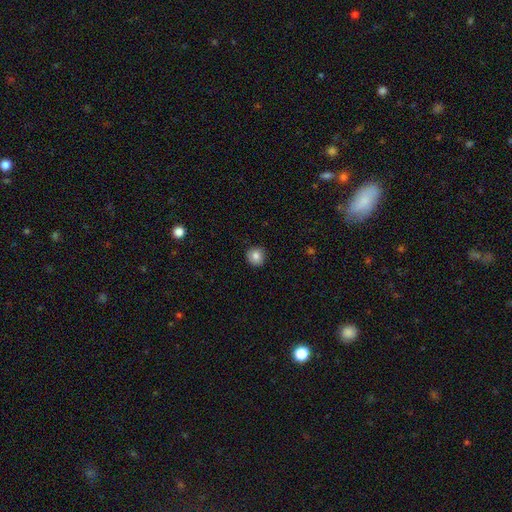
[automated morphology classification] Smooth or featured? smooth (83%)
How rounded? round (92%)
Merging? none (90%)